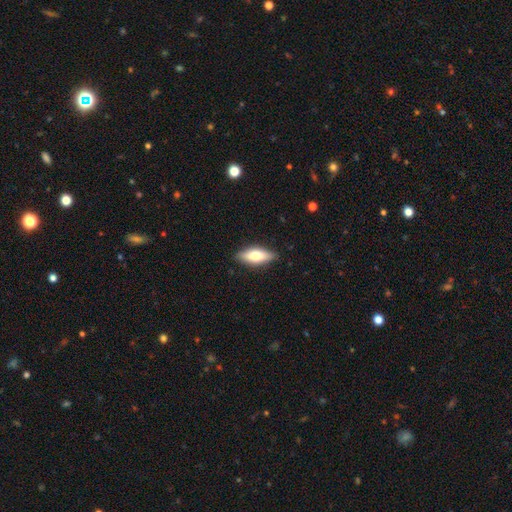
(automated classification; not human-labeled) Smooth or featured?
  - smooth: 65% *
  - featured or disk: 29%
  - star or artifact: 6%
How rounded?
  - in between: 68% *
  - cigar-shaped: 30%
  - round: 3%
Merging?
  - none: 86% *
  - minor disturbance: 11%
  - major disturbance: 2%
  - merger: 1%